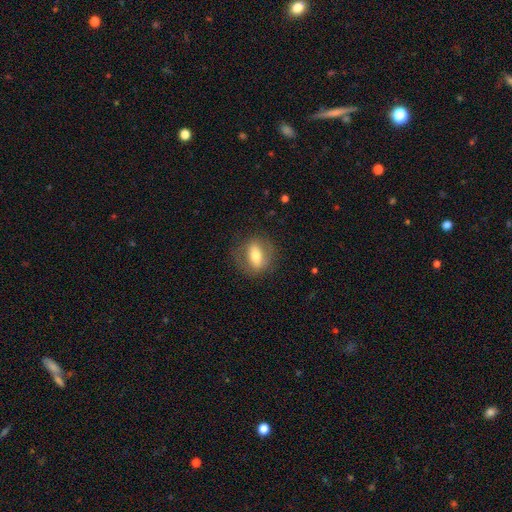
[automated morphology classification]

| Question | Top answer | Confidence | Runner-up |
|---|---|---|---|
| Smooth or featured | smooth | 53% | featured or disk (39%) |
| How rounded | in between | 60% | round (34%) |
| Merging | none | 78% | minor disturbance (14%) |